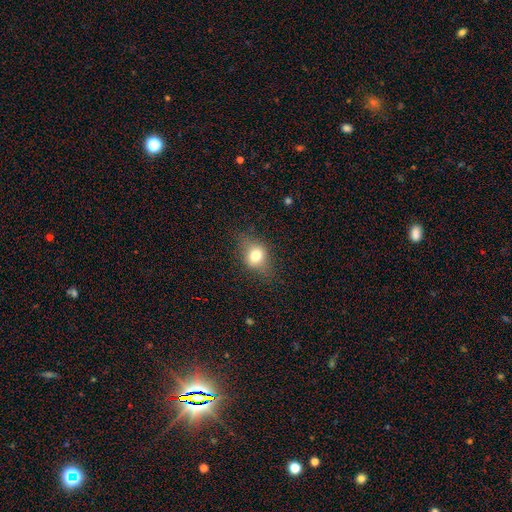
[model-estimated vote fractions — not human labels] Smooth or featured?
  - smooth: 69% *
  - featured or disk: 20%
  - star or artifact: 11%
How rounded?
  - in between: 55% *
  - round: 42%
  - cigar-shaped: 3%
Merging?
  - none: 74% *
  - minor disturbance: 18%
  - major disturbance: 7%
  - merger: 1%